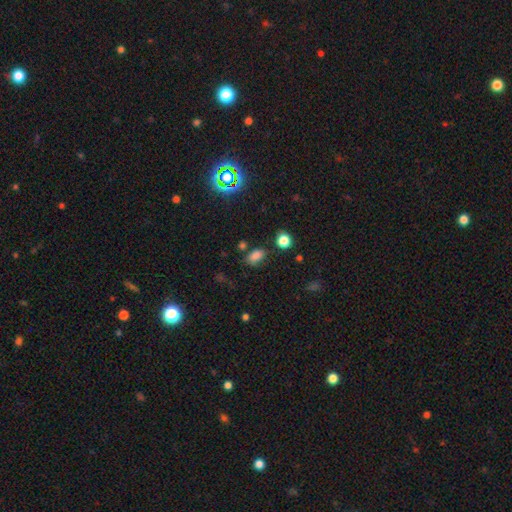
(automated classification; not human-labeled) This appears to be a smooth galaxy with no disk features (78%) that is in between round and cigar-shaped (84%). Merging: none (68%).